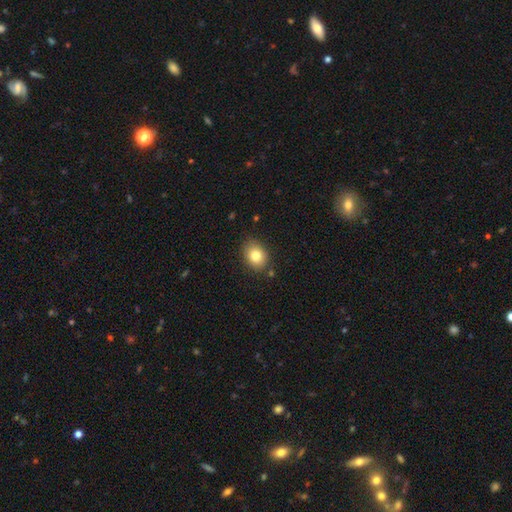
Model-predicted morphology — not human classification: Smooth or featured? smooth (81%)
How rounded? in between (54%)
Merging? none (83%)